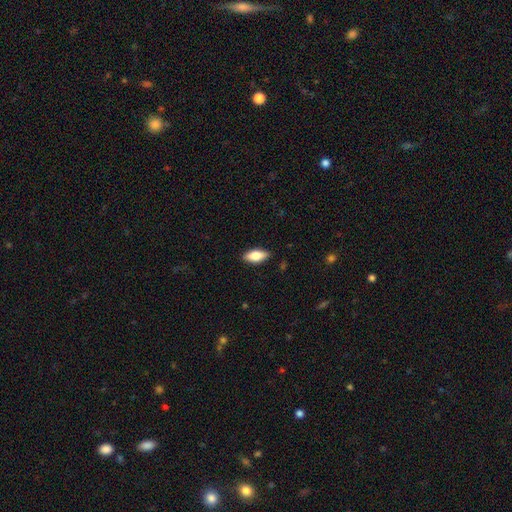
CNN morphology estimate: Overall: smooth (75%). How rounded: in between (82%). Merging: none (87%).